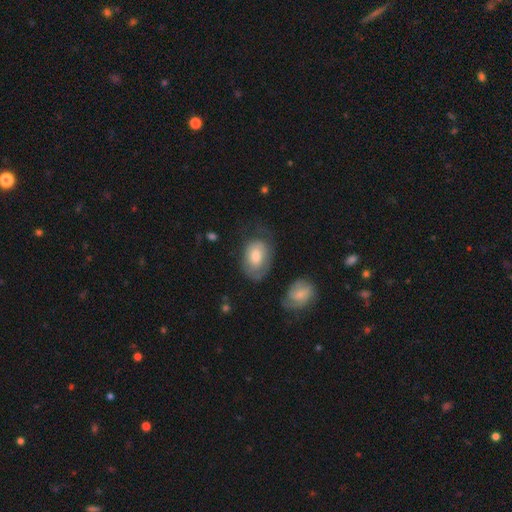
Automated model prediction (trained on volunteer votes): Smooth or featured?
  - smooth: 56% *
  - featured or disk: 37%
  - star or artifact: 7%
How rounded?
  - in between: 80% *
  - round: 18%
  - cigar-shaped: 1%
Merging?
  - none: 46% *
  - minor disturbance: 28%
  - major disturbance: 22%
  - merger: 4%